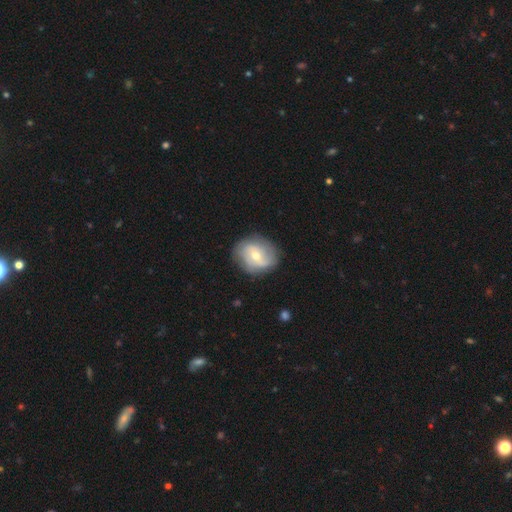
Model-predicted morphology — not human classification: Smooth or featured: featured or disk — 60% (smooth — 33%)
Edge-on disk: no — 97% (yes — 3%)
Bar: no — 47% (weak — 41%)
Spiral arms: yes — 81% (no — 19%)
Bulge size: moderate — 59% (small — 36%)
Merging: none — 79% (minor disturbance — 15%)